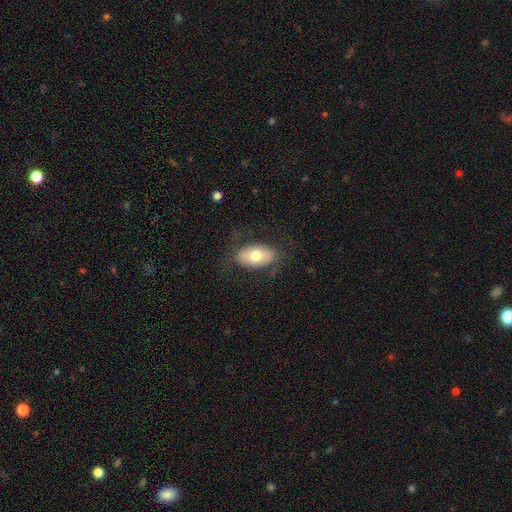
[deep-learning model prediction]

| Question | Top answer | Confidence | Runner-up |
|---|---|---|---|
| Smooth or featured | smooth | 69% | featured or disk (24%) |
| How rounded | in between | 93% | round (6%) |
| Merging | none | 78% | minor disturbance (15%) |